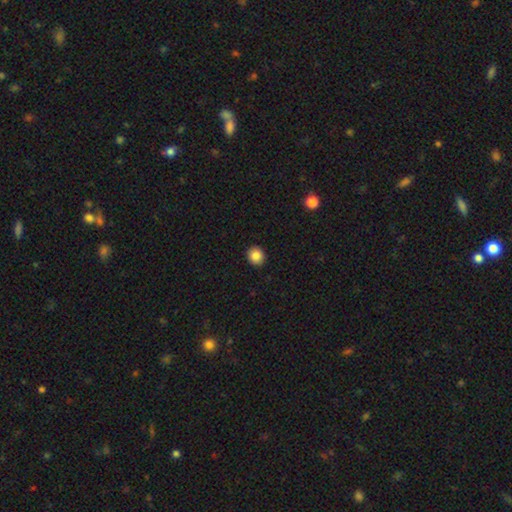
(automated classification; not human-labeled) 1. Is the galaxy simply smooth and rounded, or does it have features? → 86% smooth, 9% star or artifact, 5% featured or disk.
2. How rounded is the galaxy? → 79% round, 20% in between, 1% cigar-shaped.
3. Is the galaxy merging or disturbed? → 92% none, 6% minor disturbance, 2% major disturbance, 1% merger.